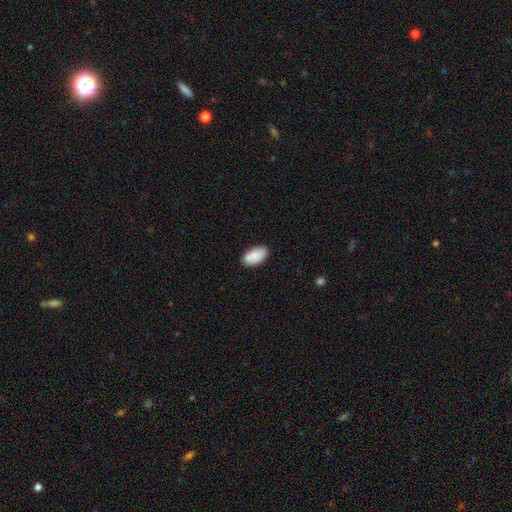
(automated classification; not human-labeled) Q: Smooth or featured?
A: smooth (80%); runner-up: featured or disk (14%)
Q: How rounded?
A: in between (95%); runner-up: round (4%)
Q: Merging?
A: none (72%); runner-up: minor disturbance (16%)